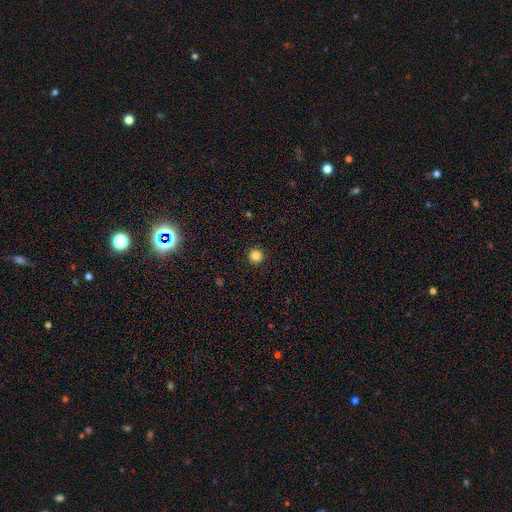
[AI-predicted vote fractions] Q: Smooth or featured?
A: smooth (84%); runner-up: star or artifact (12%)
Q: How rounded?
A: round (96%); runner-up: in between (3%)
Q: Merging?
A: none (93%); runner-up: minor disturbance (4%)